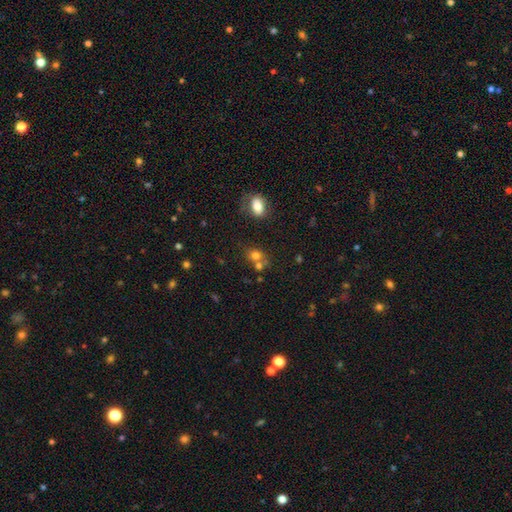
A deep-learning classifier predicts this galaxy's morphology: Smooth or featured?
  - smooth: 72% *
  - star or artifact: 16%
  - featured or disk: 12%
How rounded?
  - round: 62% *
  - in between: 37%
  - cigar-shaped: 1%
Merging?
  - none: 43% *
  - merger: 41%
  - minor disturbance: 10%
  - major disturbance: 5%